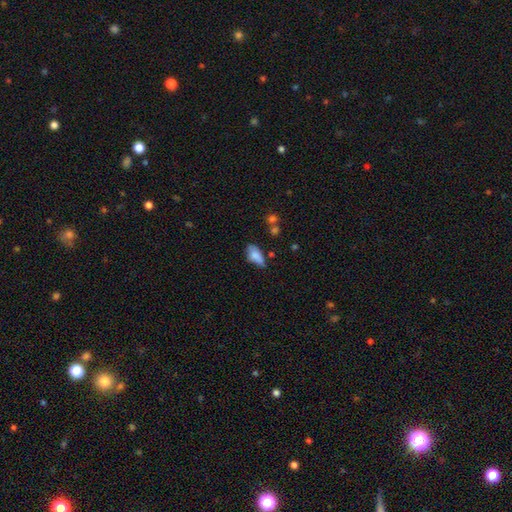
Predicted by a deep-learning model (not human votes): Smooth or featured? smooth (77%)
How rounded? in between (85%)
Merging? none (43%)